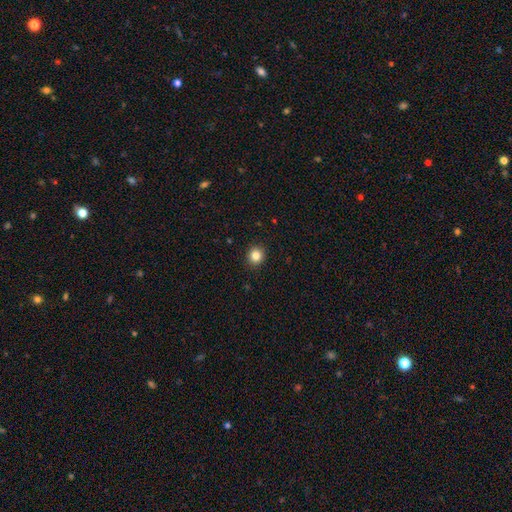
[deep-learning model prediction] Morphology: type=smooth (84%); roundness=round (86%); merging=none (92%).